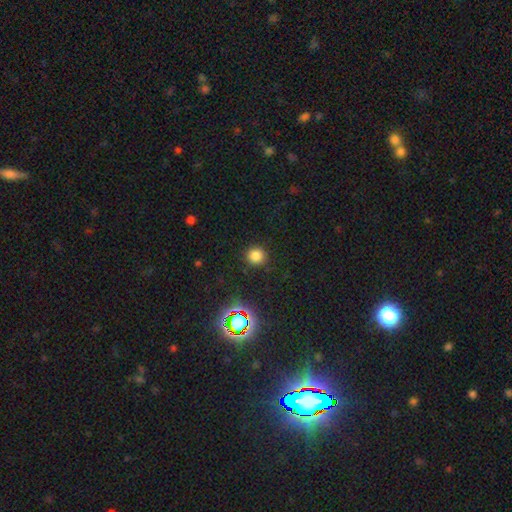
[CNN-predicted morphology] Q: Smooth or featured?
A: smooth (78%); runner-up: star or artifact (18%)
Q: How rounded?
A: round (93%); runner-up: in between (6%)
Q: Merging?
A: none (90%); runner-up: minor disturbance (6%)